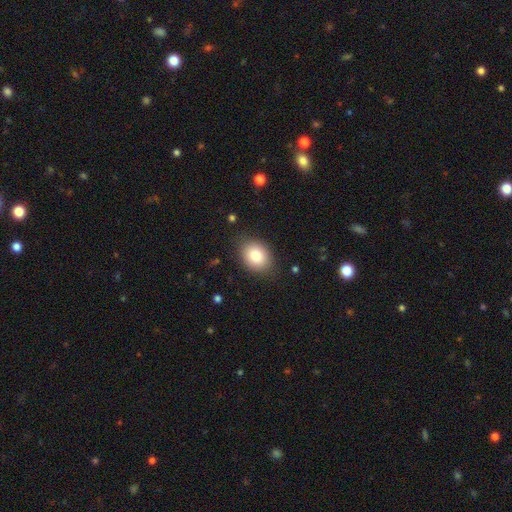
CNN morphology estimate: Smooth or featured: smooth — 83% (featured or disk — 8%)
How rounded: in between — 59% (round — 40%)
Merging: none — 84% (minor disturbance — 12%)